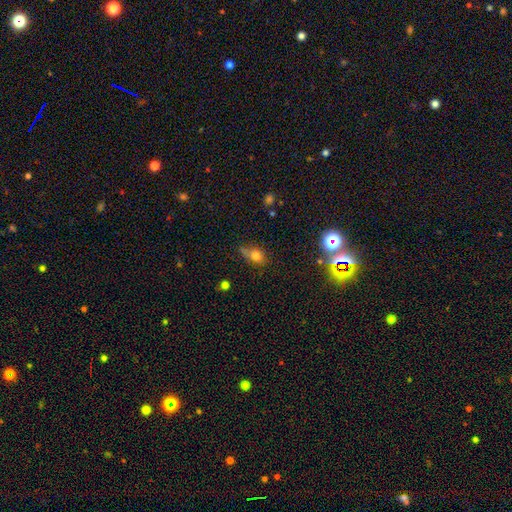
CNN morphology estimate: This is likely a smooth galaxy (71%). How rounded: possibly in between (56%). Merging: possibly none (45%).